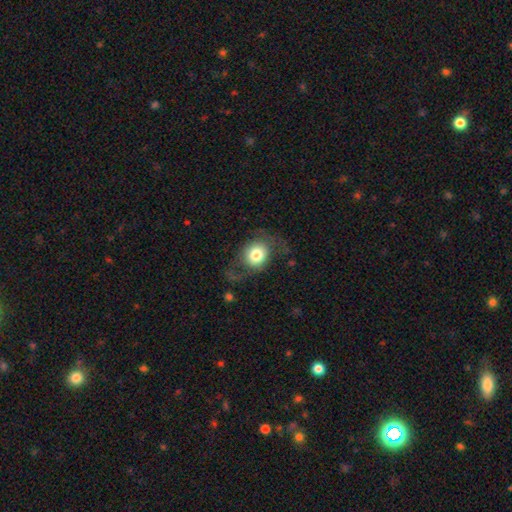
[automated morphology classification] A smooth galaxy with no disk features (66%) that is round (69%). Merging: none (57%).